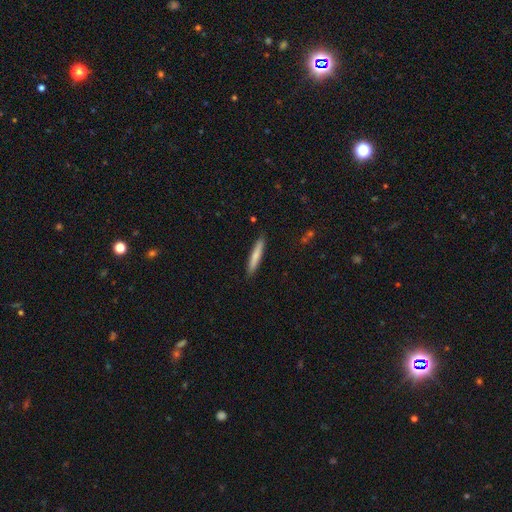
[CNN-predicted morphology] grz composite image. It shows a smooth galaxy with no disk features (75%) that is cigar-shaped (94%). Merging: none (90%).